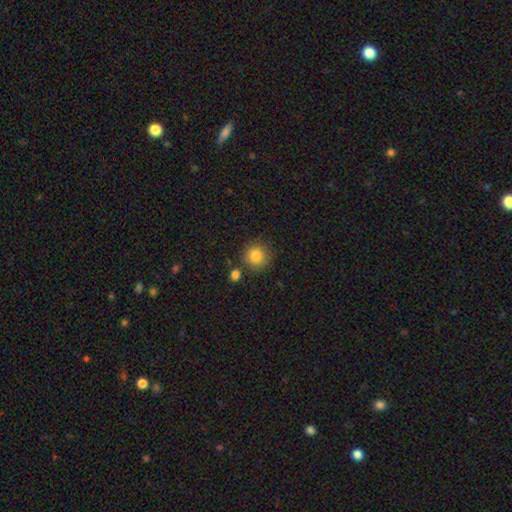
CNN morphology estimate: Overall: smooth (84%). How rounded: round (93%). Merging: none (79%).